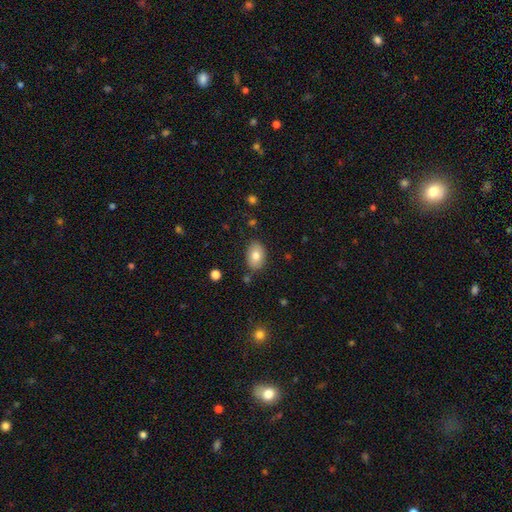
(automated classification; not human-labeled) smooth_or_featured: smooth (p=0.79) [alt: featured or disk p=0.13]
how_rounded: in between (p=0.85) [alt: round p=0.14]
merging: none (p=0.81) [alt: minor disturbance p=0.13]